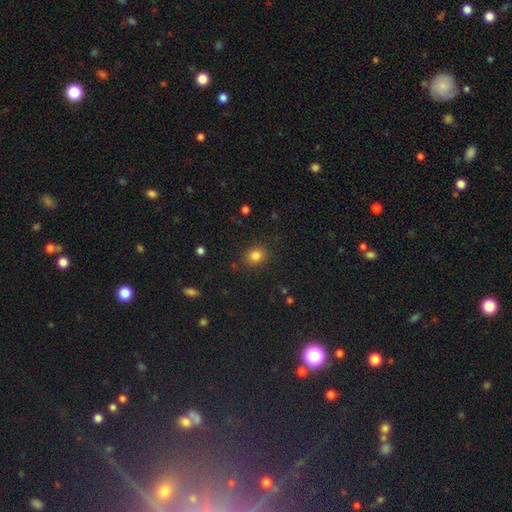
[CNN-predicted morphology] The model was most divided on "how rounded": round: 59%, in between: 40%, cigar-shaped: 1%. More confident: merging — none (85%); smooth or featured — smooth (82%).